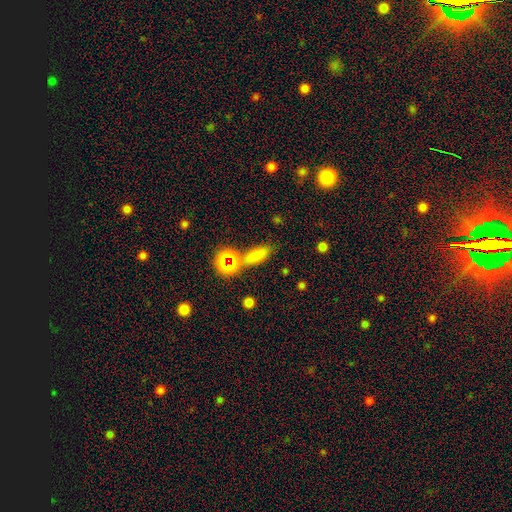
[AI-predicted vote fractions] Smooth or featured: smooth — 70% (star or artifact — 21%)
How rounded: in between — 62% (cigar-shaped — 28%)
Merging: none — 70% (merger — 13%)